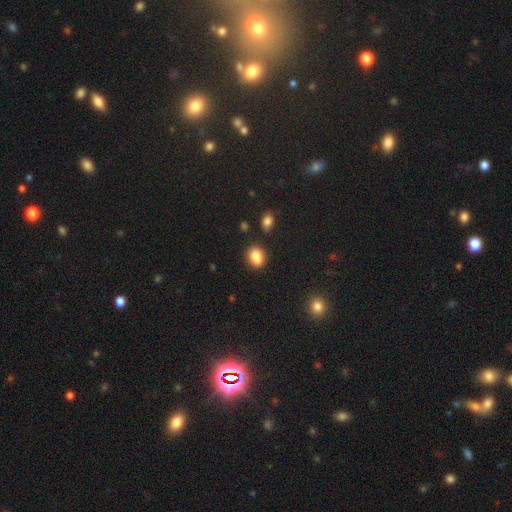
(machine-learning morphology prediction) Q: Smooth or featured?
A: smooth (82%); runner-up: star or artifact (10%)
Q: How rounded?
A: in between (60%); runner-up: round (39%)
Q: Merging?
A: none (60%); runner-up: merger (19%)